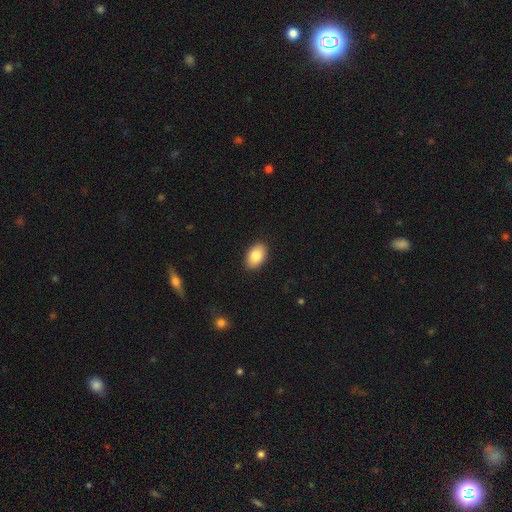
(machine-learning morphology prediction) The model was most divided on "smooth or featured": smooth: 84%, featured or disk: 9%, star or artifact: 7%. More confident: merging — none (90%); how rounded — in between (90%).